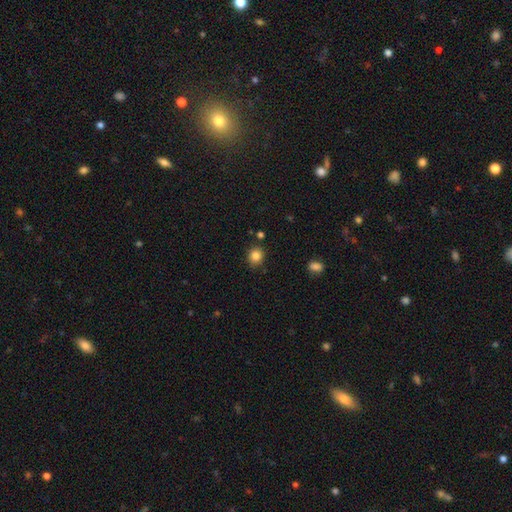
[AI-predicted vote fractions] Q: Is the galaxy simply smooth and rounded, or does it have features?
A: smooth — 84%.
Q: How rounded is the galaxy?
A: round — 83%.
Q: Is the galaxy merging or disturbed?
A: none — 84%.